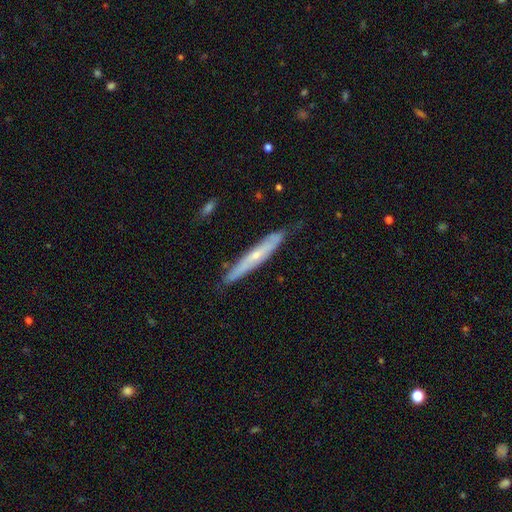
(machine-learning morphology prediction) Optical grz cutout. It shows a featured or disk galaxy (61%) viewed edge-on (76%). Merging: none (76%).